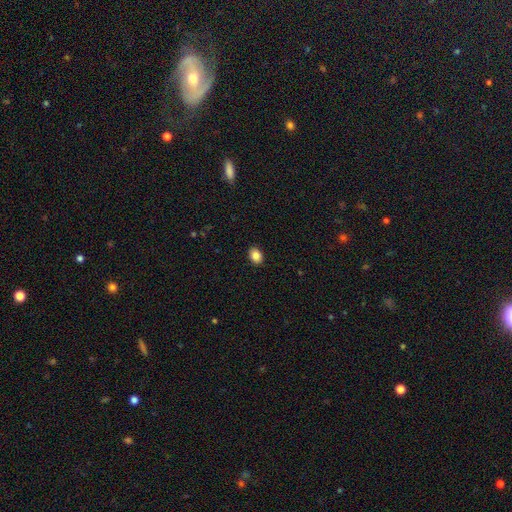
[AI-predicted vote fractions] Smooth or featured? smooth (86%)
How rounded? in between (68%)
Merging? none (91%)